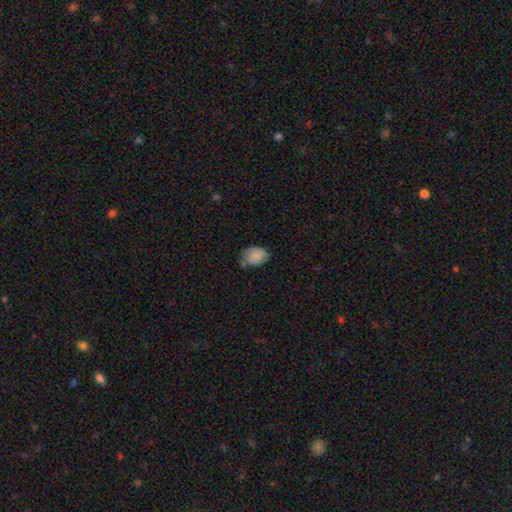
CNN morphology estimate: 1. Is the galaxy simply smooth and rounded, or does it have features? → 77% smooth, 15% featured or disk, 8% star or artifact.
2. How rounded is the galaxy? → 68% in between, 31% round, 1% cigar-shaped.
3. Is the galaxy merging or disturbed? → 53% none, 33% minor disturbance, 7% major disturbance, 7% merger.